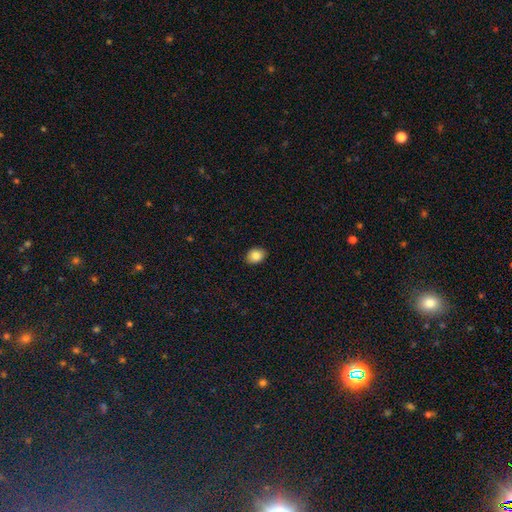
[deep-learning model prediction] A smooth galaxy with no disk features (86%) that is in between round and cigar-shaped (58%).

Vote fractions:
- Smooth or featured? smooth: 86% / star or artifact: 9% / featured or disk: 5%
- How rounded? in between: 58% / round: 41% / cigar-shaped: 1%
- Merging? none: 89% / minor disturbance: 8% / major disturbance: 2% / merger: 1%